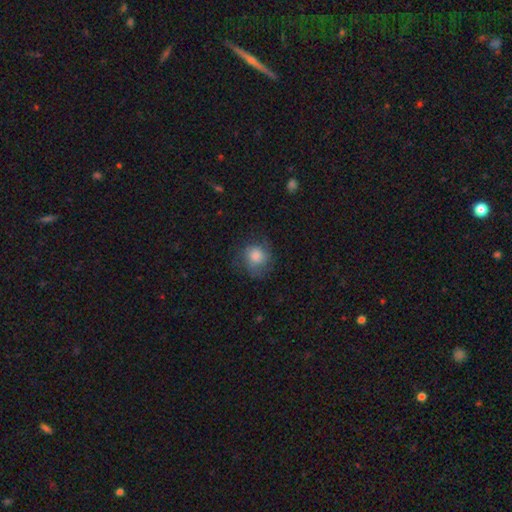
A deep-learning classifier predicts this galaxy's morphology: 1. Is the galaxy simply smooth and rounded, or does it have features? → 65% smooth, 25% featured or disk, 10% star or artifact.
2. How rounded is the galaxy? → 83% round, 16% in between, 1% cigar-shaped.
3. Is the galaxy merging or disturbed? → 66% none, 21% minor disturbance, 11% major disturbance, 1% merger.